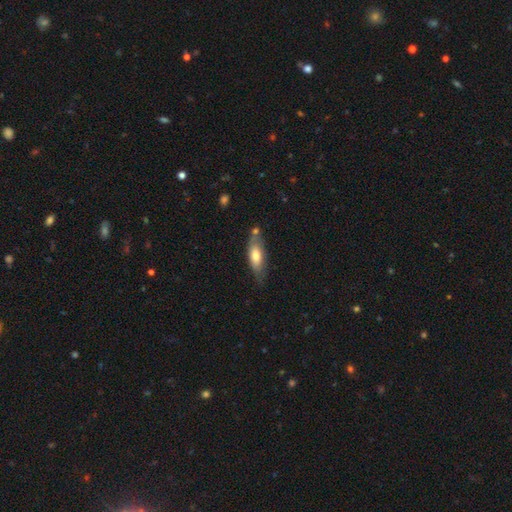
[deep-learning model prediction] This is likely a smooth galaxy (68%). How rounded: likely in between (64%). Merging: likely none (60%).